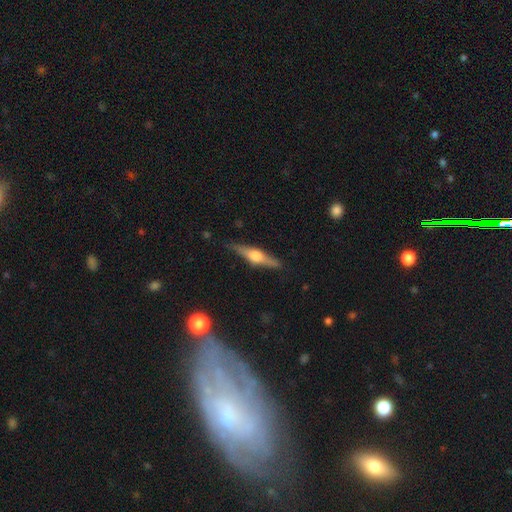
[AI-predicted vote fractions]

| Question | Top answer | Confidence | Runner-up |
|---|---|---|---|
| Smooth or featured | featured or disk | 68% | smooth (26%) |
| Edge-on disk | yes | 97% | no (3%) |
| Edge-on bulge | rounded | 92% | boxy (5%) |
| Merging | none | 85% | minor disturbance (11%) |